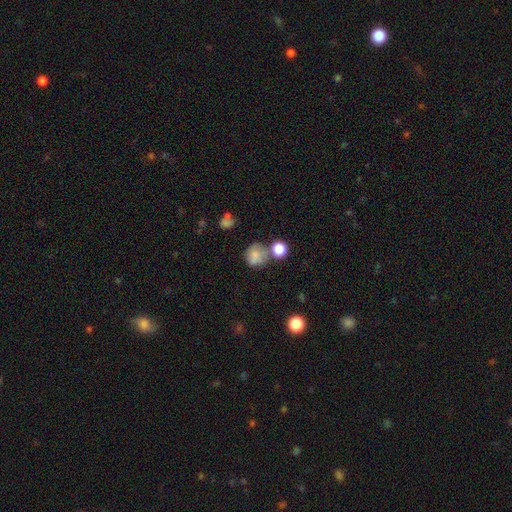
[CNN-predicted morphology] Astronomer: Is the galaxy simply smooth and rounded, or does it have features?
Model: smooth — 78%.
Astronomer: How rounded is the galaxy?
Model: round — 81%.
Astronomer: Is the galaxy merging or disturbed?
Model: none — 48% (runner-up: merger, 23%).